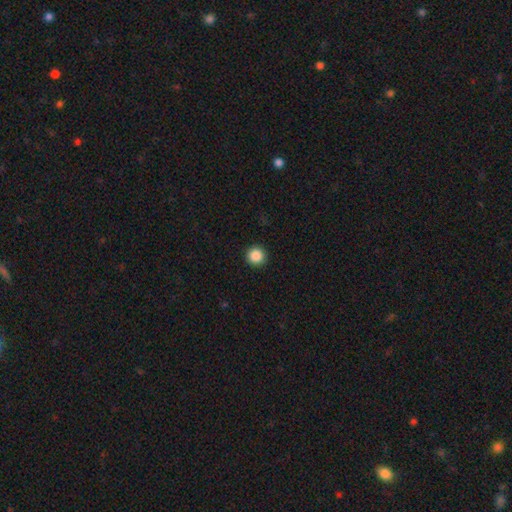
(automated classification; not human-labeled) Smooth or featured? smooth (87%)
How rounded? round (96%)
Merging? none (93%)